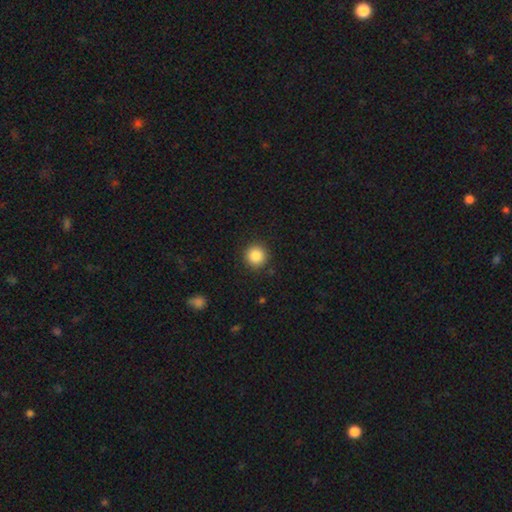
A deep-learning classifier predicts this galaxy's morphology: smooth 86%, star or artifact 10%, featured or disk 4%. Down the decision tree: how rounded — round (94%); merging — none (91%).